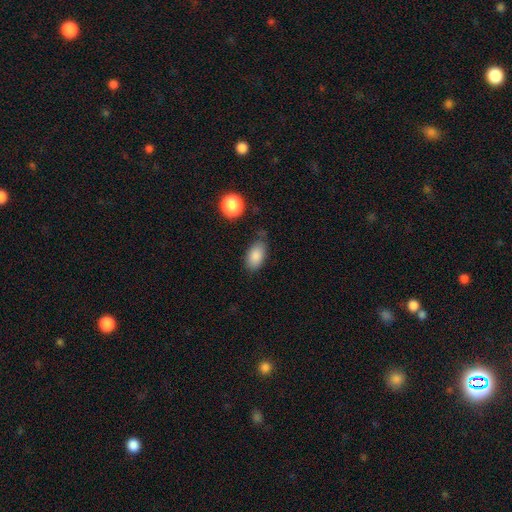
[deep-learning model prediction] smooth 85%, star or artifact 8%, featured or disk 6%. Down the decision tree: how rounded — in between (91%); merging — none (70%).